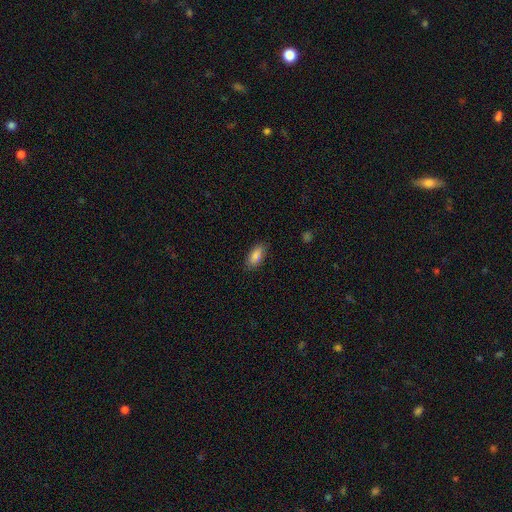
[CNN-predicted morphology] Smooth or featured? Predicted: smooth (p=0.86). How rounded? Predicted: in between (p=0.86). Merging? Predicted: none (p=0.82).